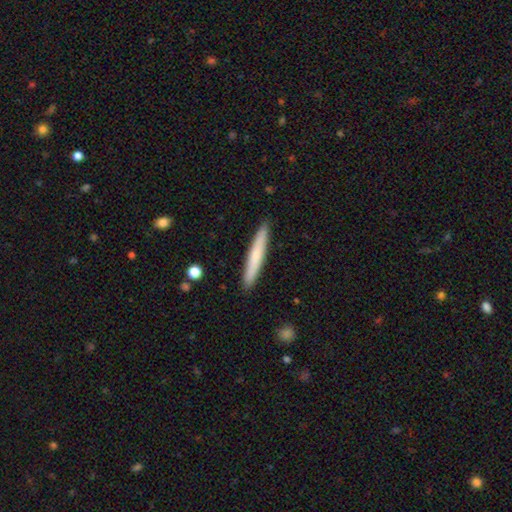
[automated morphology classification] A smooth galaxy with no disk features (66%) that is cigar-shaped (96%). Merging: none (92%).